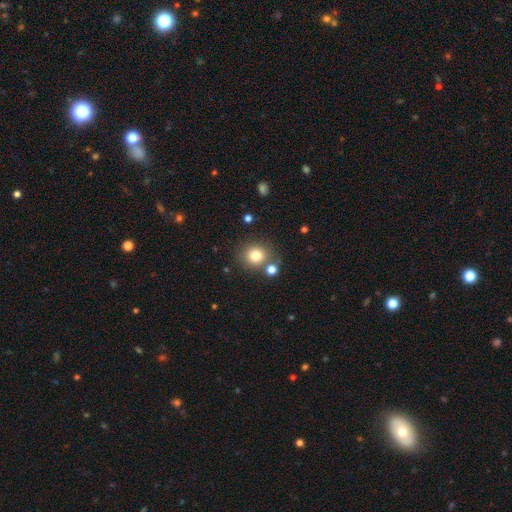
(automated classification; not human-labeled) Smooth or featured?
  - smooth: 79% *
  - star or artifact: 13%
  - featured or disk: 8%
How rounded?
  - round: 88% *
  - in between: 12%
  - cigar-shaped: 1%
Merging?
  - none: 77% *
  - merger: 11%
  - minor disturbance: 9%
  - major disturbance: 3%